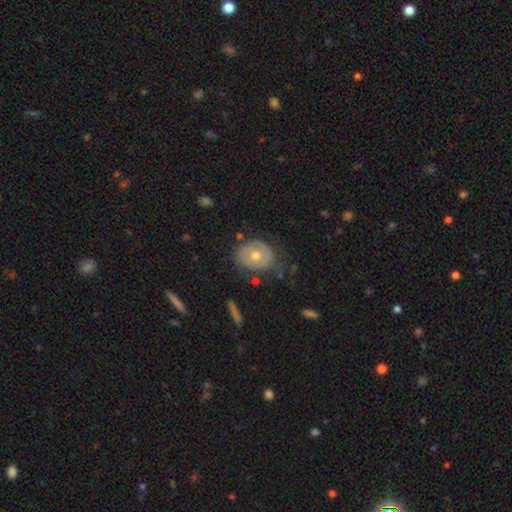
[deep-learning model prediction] featured or disk 46% (tied), smooth 46% (tied), star or artifact 8%. Down the decision tree: merging — none (72%).